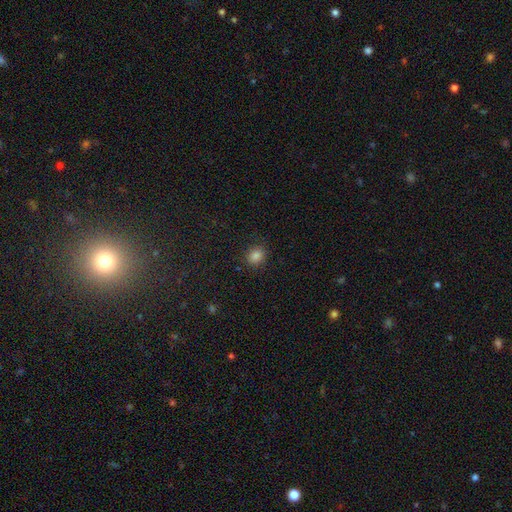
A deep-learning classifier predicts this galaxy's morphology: Smooth or featured: smooth — 83% (star or artifact — 12%)
How rounded: round — 69% (in between — 30%)
Merging: none — 88% (minor disturbance — 8%)